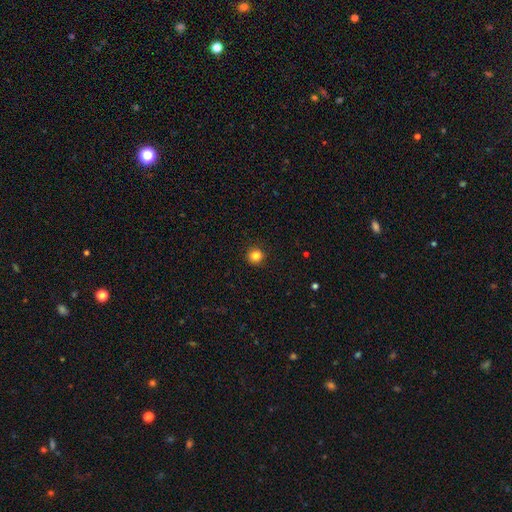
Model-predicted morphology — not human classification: Q: Smooth or featured?
A: smooth (84%); runner-up: star or artifact (12%)
Q: How rounded?
A: round (94%); runner-up: in between (5%)
Q: Merging?
A: none (92%); runner-up: minor disturbance (5%)